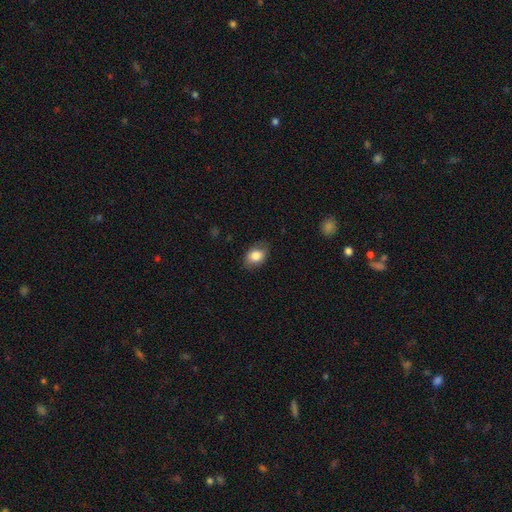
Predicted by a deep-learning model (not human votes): The model was most divided on "how rounded": in between: 81%, round: 18%, cigar-shaped: 1%. More confident: smooth or featured — smooth (82%); merging — none (80%).